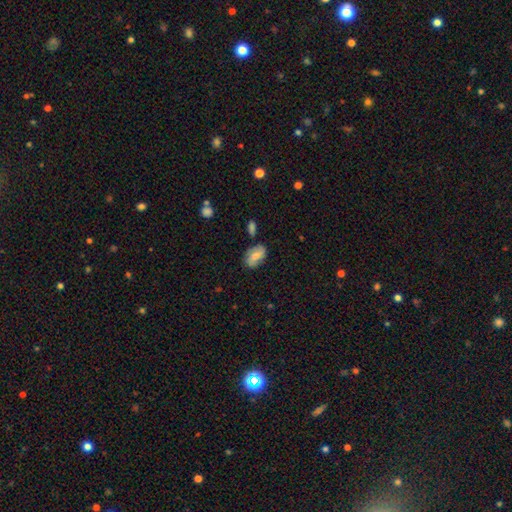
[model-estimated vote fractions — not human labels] Overall: smooth (63%; featured or disk 29%). How rounded: in between (90%). Merging: none (69%).